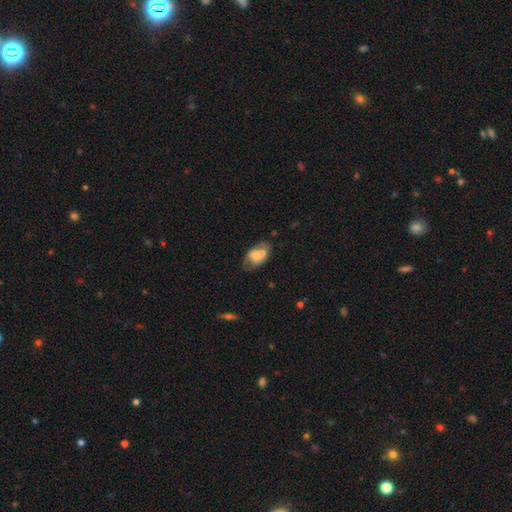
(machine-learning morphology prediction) This appears to be a smooth galaxy with no disk features (56%) that is in between round and cigar-shaped (86%). Merging: none (39%).